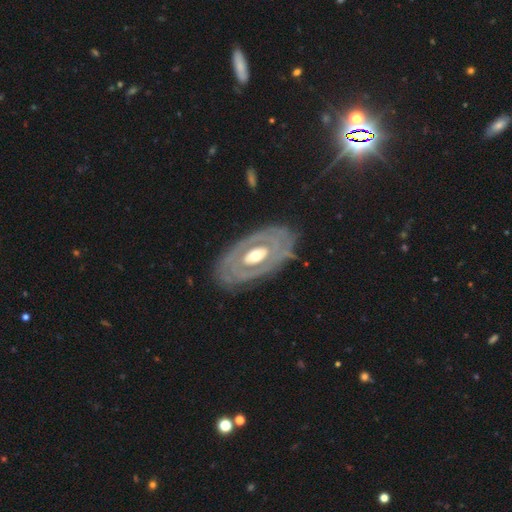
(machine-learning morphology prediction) Smooth or featured: featured or disk — 78% (smooth — 17%)
Edge-on disk: no — 92% (yes — 8%)
Bar: no — 68% (weak — 20%)
Spiral arms: yes — 51% (no — 49%)
Bulge size: moderate — 67% (large — 16%)
Merging: none — 77% (minor disturbance — 15%)